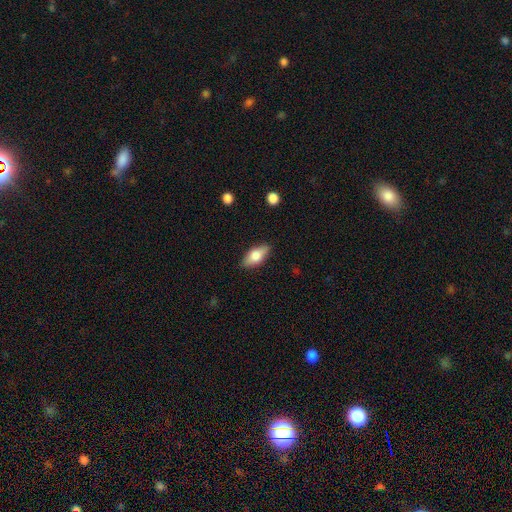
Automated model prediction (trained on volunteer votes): smooth-or-featured: smooth: 68% | featured or disk: 26% | star or artifact: 7%
  how-rounded: in between: 83% | cigar-shaped: 13% | round: 4%
  merging: none: 85% | minor disturbance: 11% | major disturbance: 2% | merger: 1%